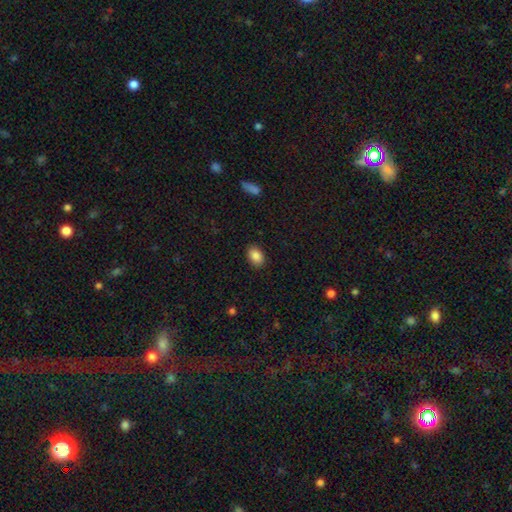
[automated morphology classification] The model was most divided on "how rounded": in between: 84%, round: 15%, cigar-shaped: 1%. More confident: merging — none (89%); smooth or featured — smooth (87%).